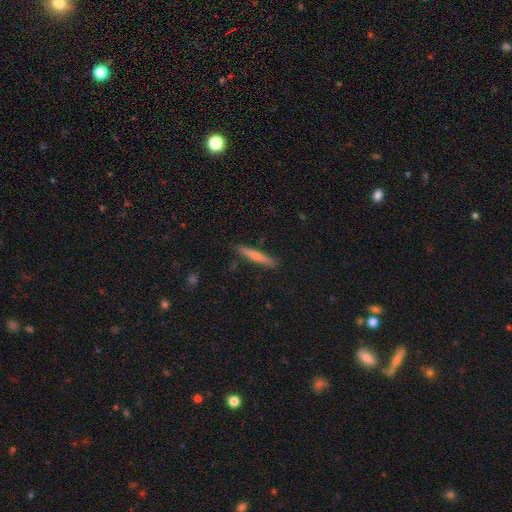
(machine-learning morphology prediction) smooth 67%, featured or disk 27%, star or artifact 6%. Down the decision tree: how rounded — cigar-shaped (95%); merging — none (88%).